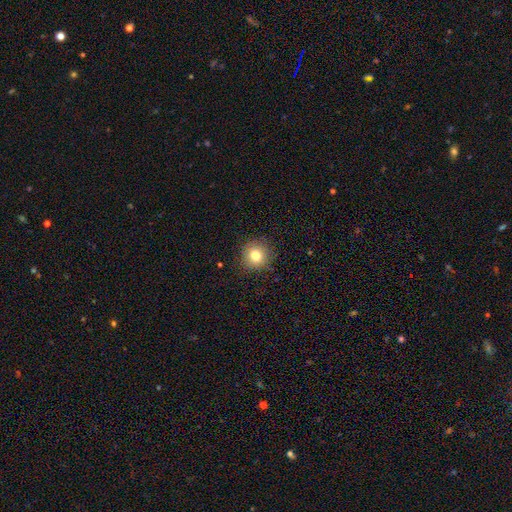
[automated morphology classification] Smooth or featured?
  - smooth: 80% *
  - star or artifact: 12%
  - featured or disk: 8%
How rounded?
  - round: 91% *
  - in between: 8%
  - cigar-shaped: 1%
Merging?
  - none: 87% *
  - minor disturbance: 9%
  - major disturbance: 3%
  - merger: 1%